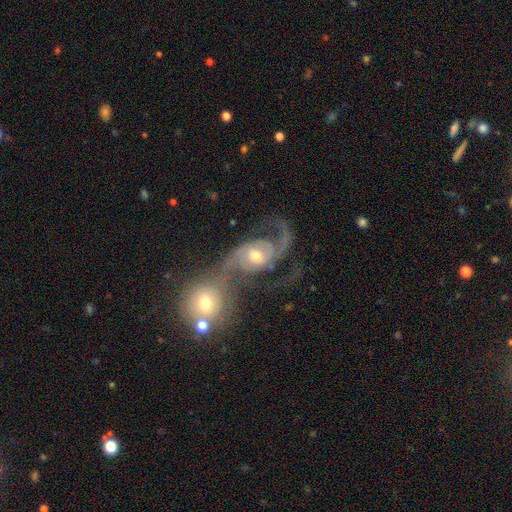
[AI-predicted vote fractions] Morphology: type=featured or disk (86%); edge-on=no (97%); bar=no (55%); spiral arms=yes (96%); winding=medium (46%); arm count=2 (82%); bulge=moderate (62%); merging=merger (50%).